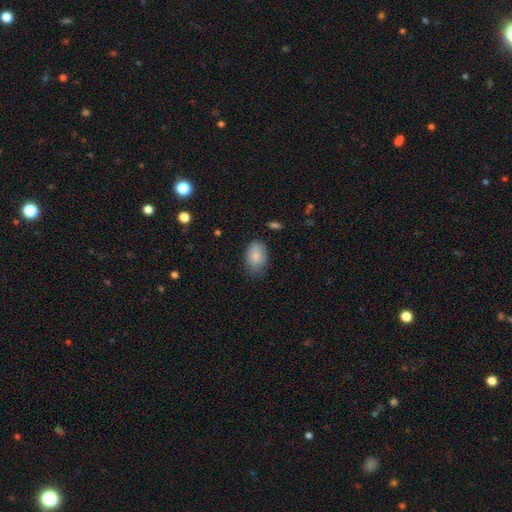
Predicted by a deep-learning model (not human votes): smooth_or_featured: smooth (p=0.85) [alt: featured or disk p=0.08]
how_rounded: in between (p=0.87) [alt: round p=0.11]
merging: none (p=0.72) [alt: minor disturbance p=0.22]